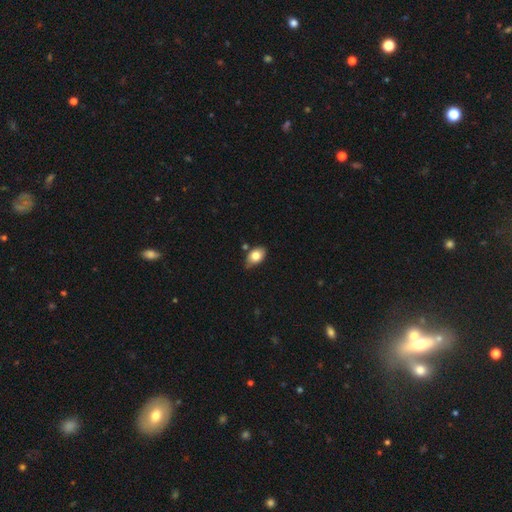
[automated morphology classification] smooth 80%, featured or disk 12%, star or artifact 8%. Down the decision tree: how rounded — in between (85%); merging — none (69%).